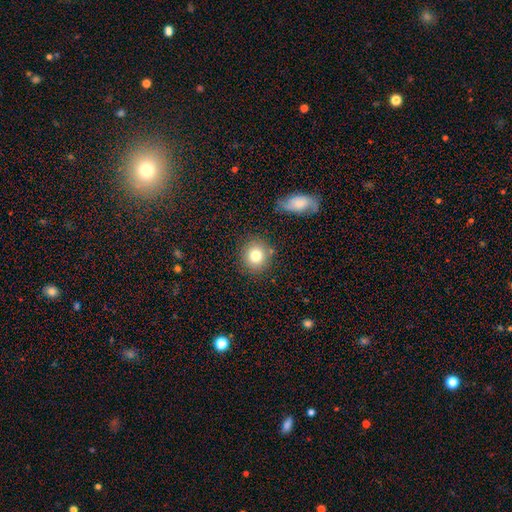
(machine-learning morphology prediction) smooth_or_featured: smooth (p=0.80) [alt: star or artifact p=0.11]
how_rounded: round (p=0.88) [alt: in between p=0.11]
merging: none (p=0.84) [alt: minor disturbance p=0.09]